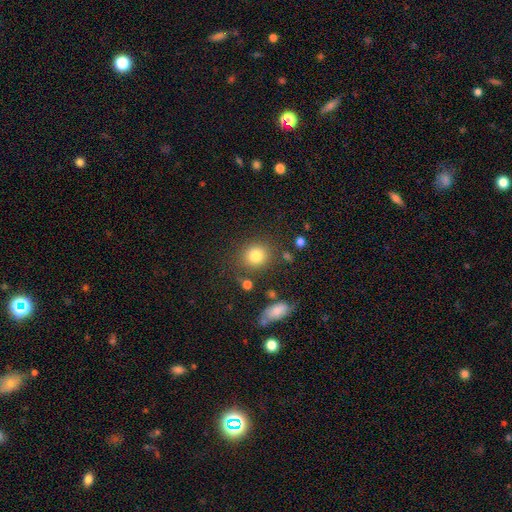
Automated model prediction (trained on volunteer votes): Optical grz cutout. It shows a smooth galaxy with no disk features (81%) that is round (81%). Merging: none (80%).